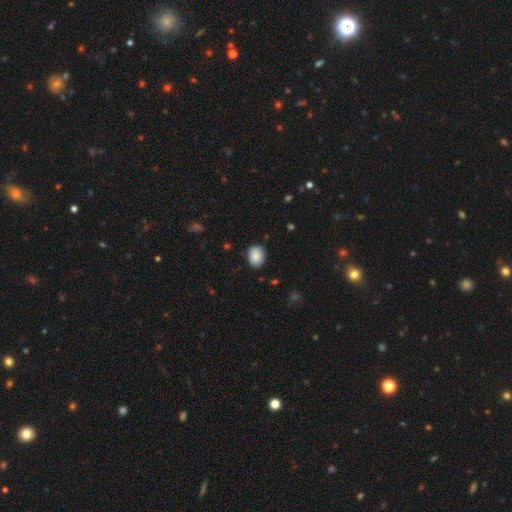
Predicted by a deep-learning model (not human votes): Smooth or featured? Predicted: smooth (p=0.86). How rounded? Predicted: in between (p=0.58). Merging? Predicted: none (p=0.84).